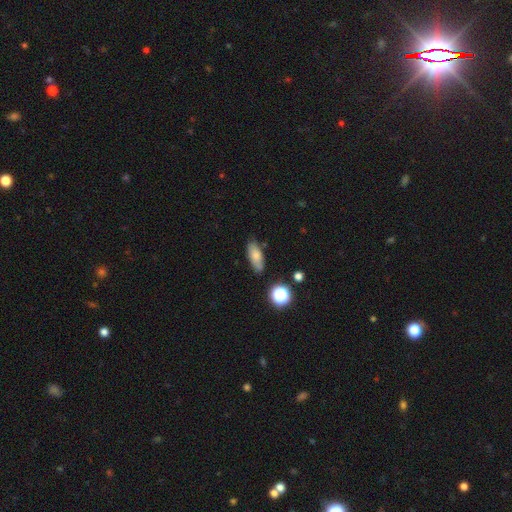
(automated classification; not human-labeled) Overall: smooth (78%). How rounded: in between (76%). Merging: none (78%).